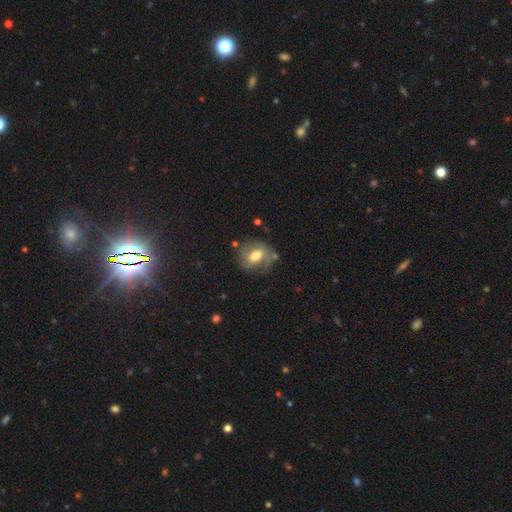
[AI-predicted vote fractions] Q: Smooth or featured?
A: featured or disk (49%); runner-up: smooth (43%)
Q: Merging?
A: none (64%); runner-up: minor disturbance (21%)